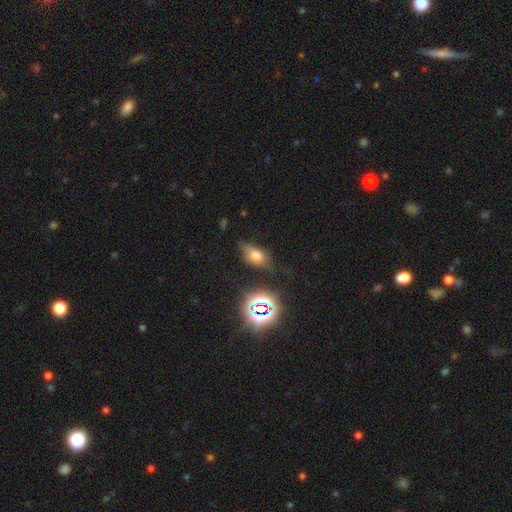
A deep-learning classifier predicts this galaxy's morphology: Q: Smooth or featured?
A: smooth (61%); runner-up: star or artifact (23%)
Q: How rounded?
A: in between (83%); runner-up: round (11%)
Q: Merging?
A: none (64%); runner-up: minor disturbance (25%)